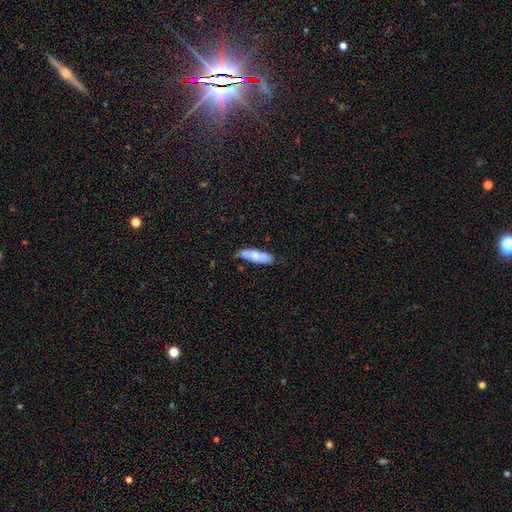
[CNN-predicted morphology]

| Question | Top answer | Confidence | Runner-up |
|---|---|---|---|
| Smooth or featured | smooth | 66% | featured or disk (27%) |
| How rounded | in between | 61% | cigar-shaped (38%) |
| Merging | none | 67% | minor disturbance (25%) |